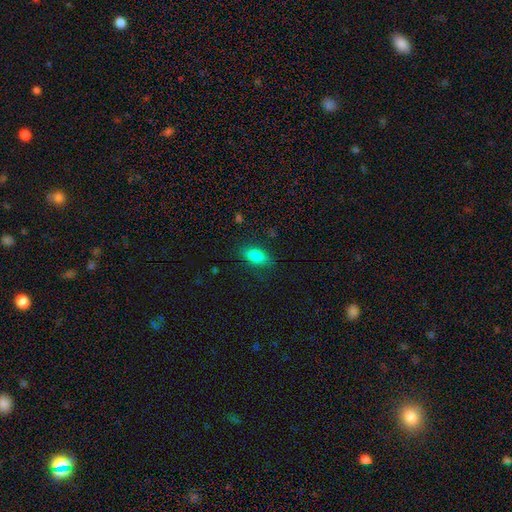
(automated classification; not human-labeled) This is clearly a smooth galaxy (81%). How rounded: clearly in between (85%). Merging: clearly none (82%).